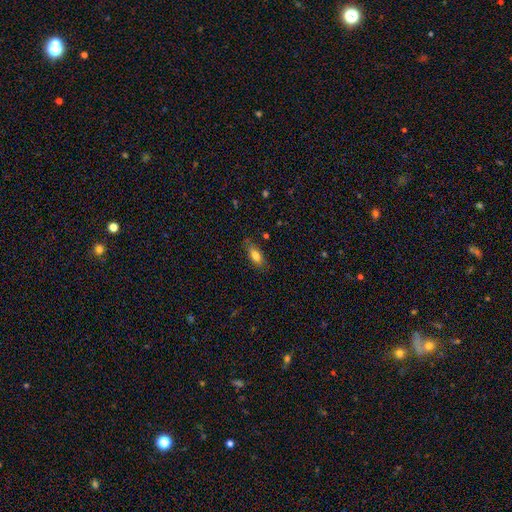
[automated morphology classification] Smooth or featured? Predicted: smooth (p=0.77). How rounded? Predicted: in between (p=0.76). Merging? Predicted: none (p=0.77).